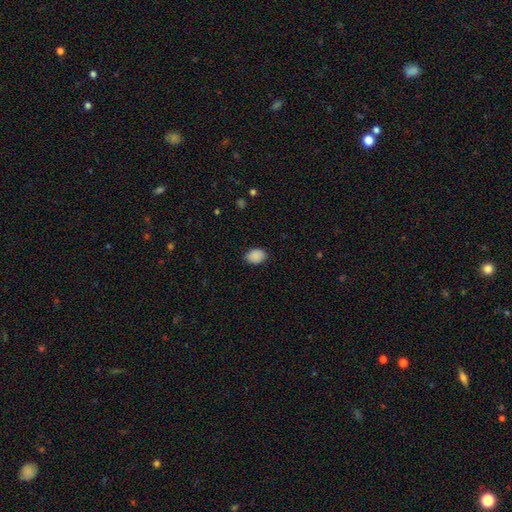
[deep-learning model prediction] Morphology: type=smooth (89%); roundness=in between (74%); merging=none (85%).